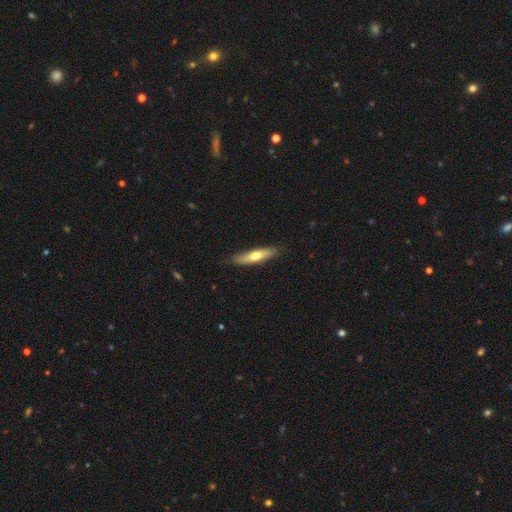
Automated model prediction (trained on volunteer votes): Smooth or featured: smooth — 56% (featured or disk — 38%)
How rounded: cigar-shaped — 81% (in between — 17%)
Merging: none — 84% (minor disturbance — 12%)